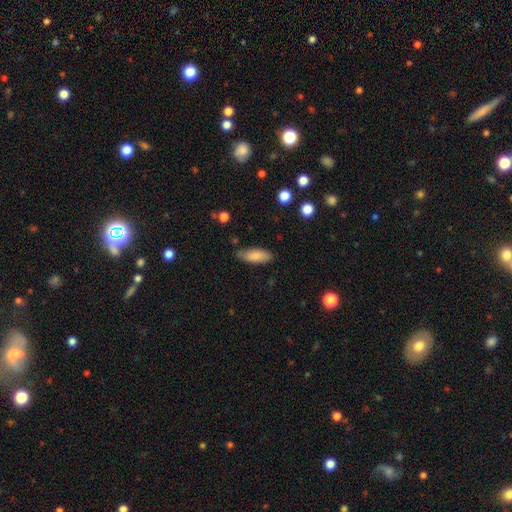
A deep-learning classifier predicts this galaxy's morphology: Q: Smooth or featured?
A: smooth (84%); runner-up: featured or disk (9%)
Q: How rounded?
A: in between (74%); runner-up: cigar-shaped (24%)
Q: Merging?
A: none (80%); runner-up: minor disturbance (15%)